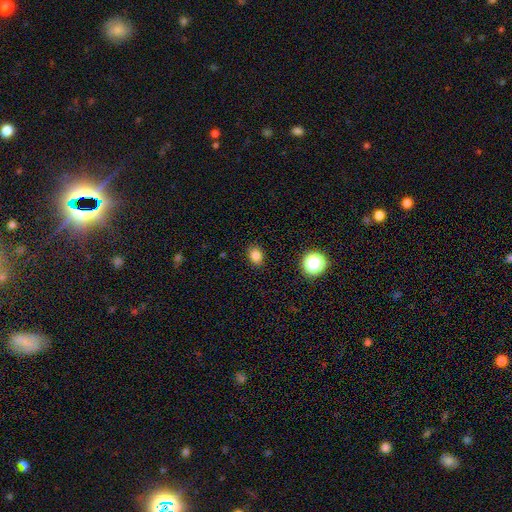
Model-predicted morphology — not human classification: Smooth or featured? Predicted: smooth (p=0.81). How rounded? Predicted: in between (p=0.57). Merging? Predicted: none (p=0.88).